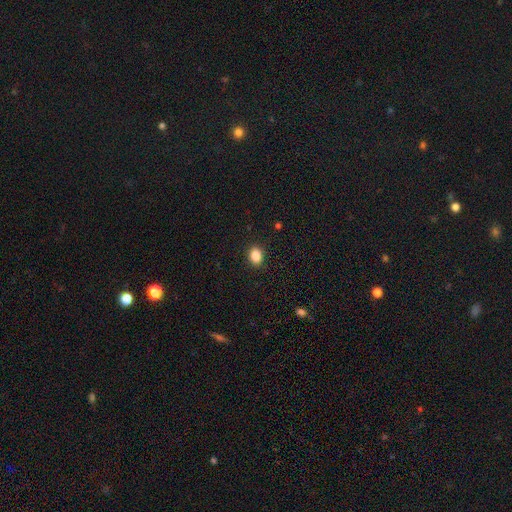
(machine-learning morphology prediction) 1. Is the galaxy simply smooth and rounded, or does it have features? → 86% smooth, 10% star or artifact, 4% featured or disk.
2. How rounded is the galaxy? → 54% in between, 45% round, 1% cigar-shaped.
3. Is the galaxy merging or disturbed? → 90% none, 7% minor disturbance, 2% major disturbance, 1% merger.